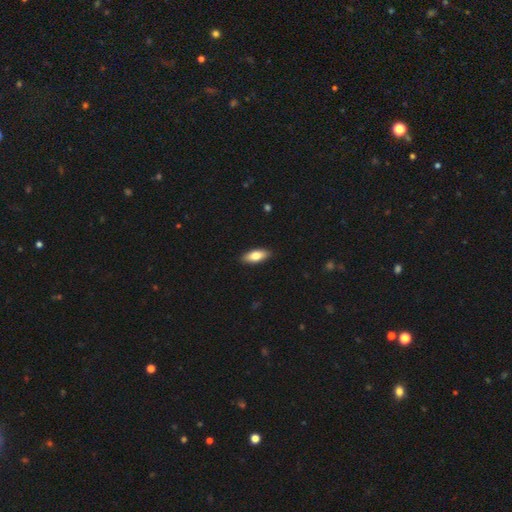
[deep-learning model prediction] Smooth or featured?
  - smooth: 77% *
  - featured or disk: 17%
  - star or artifact: 6%
How rounded?
  - in between: 81% *
  - cigar-shaped: 17%
  - round: 2%
Merging?
  - none: 90% *
  - minor disturbance: 8%
  - major disturbance: 2%
  - merger: 1%